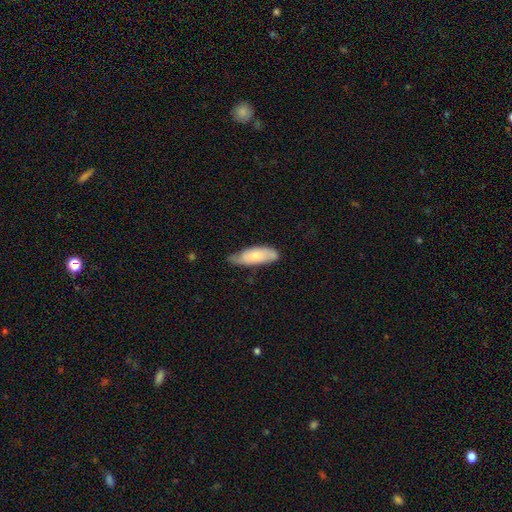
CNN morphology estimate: smooth 61%, featured or disk 33%, star or artifact 6%. Down the decision tree: how rounded — in between (67%); merging — none (54%).